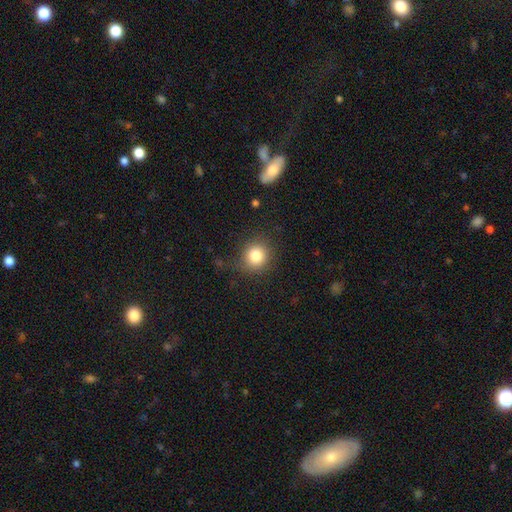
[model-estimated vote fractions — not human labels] Q: Smooth or featured?
A: smooth (82%); runner-up: star or artifact (11%)
Q: How rounded?
A: round (88%); runner-up: in between (11%)
Q: Merging?
A: none (83%); runner-up: minor disturbance (11%)